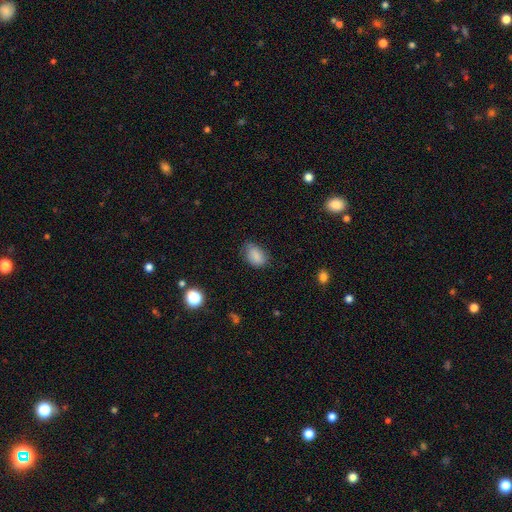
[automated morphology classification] A smooth galaxy with no disk features (84%) that is in between round and cigar-shaped (84%). Merging: none (68%).